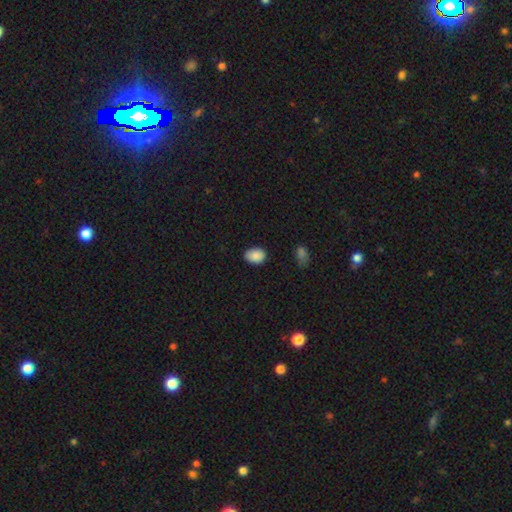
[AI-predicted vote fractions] Smooth or featured: smooth — 88% (star or artifact — 8%)
How rounded: in between — 74% (round — 25%)
Merging: none — 81% (minor disturbance — 14%)